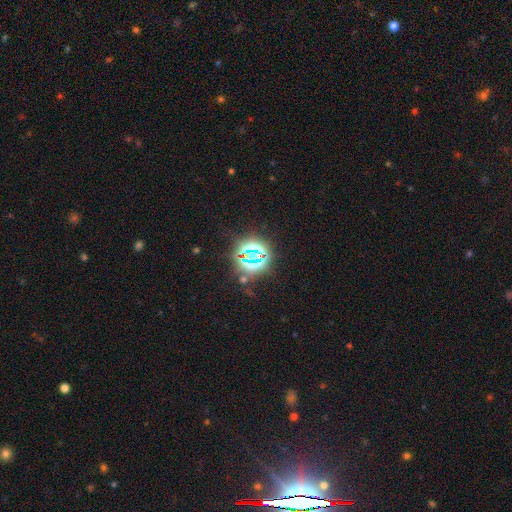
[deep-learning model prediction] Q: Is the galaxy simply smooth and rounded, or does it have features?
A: star or artifact — 82%.